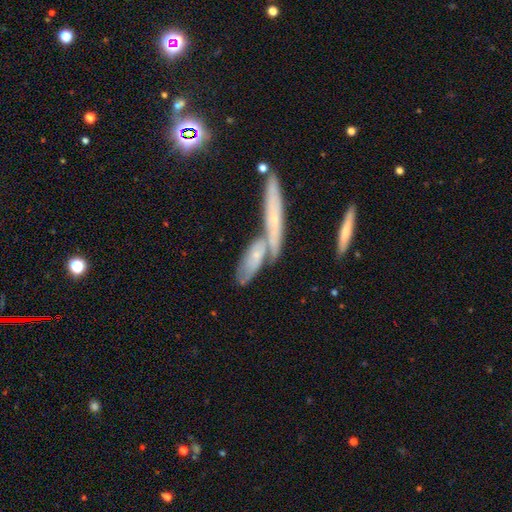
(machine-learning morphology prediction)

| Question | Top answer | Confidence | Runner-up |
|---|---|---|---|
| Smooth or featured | smooth | 48% | featured or disk (46%) |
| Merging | merger | 44% | none (36%) |